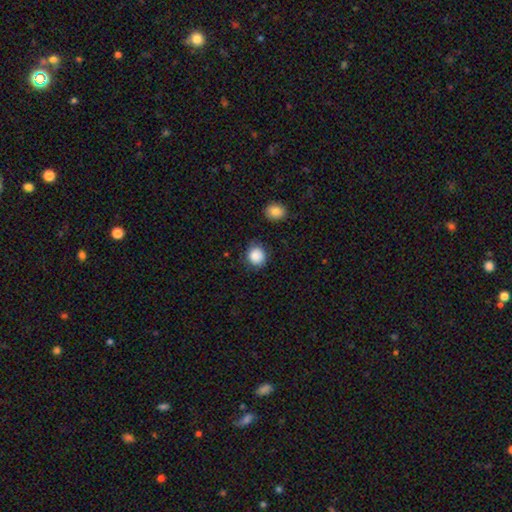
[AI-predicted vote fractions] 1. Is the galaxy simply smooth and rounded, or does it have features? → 86% smooth, 9% star or artifact, 5% featured or disk.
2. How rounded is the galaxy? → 82% round, 17% in between, 1% cigar-shaped.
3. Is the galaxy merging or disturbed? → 78% none, 16% minor disturbance, 4% major disturbance, 2% merger.